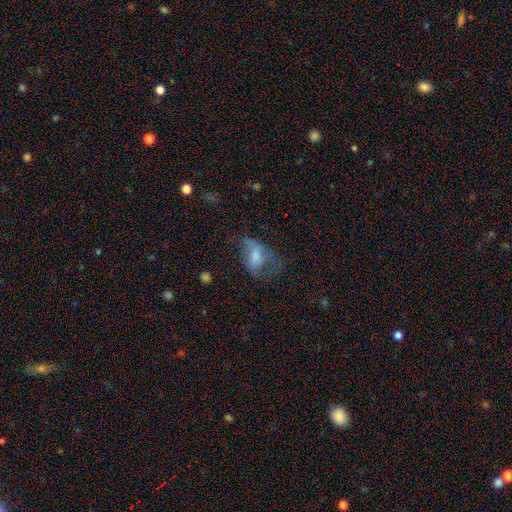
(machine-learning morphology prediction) The model was most divided on "smooth or featured": smooth: 47%, featured or disk: 40%, star or artifact: 13%. Remaining: merging — major disturbance (44%).